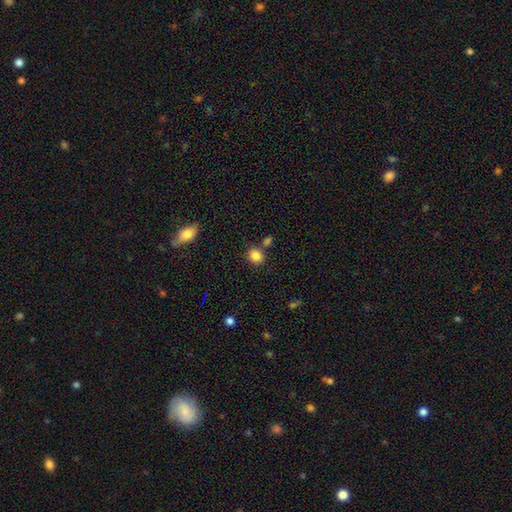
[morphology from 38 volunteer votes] Overall: smooth (89%). How rounded: round (56%; in between 44%). Merging: none (72%).